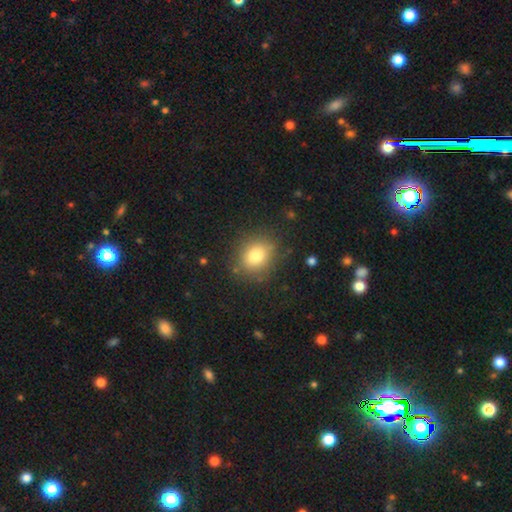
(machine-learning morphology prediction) Smooth or featured: smooth — 79% (star or artifact — 12%)
How rounded: round — 71% (in between — 28%)
Merging: none — 82% (minor disturbance — 12%)